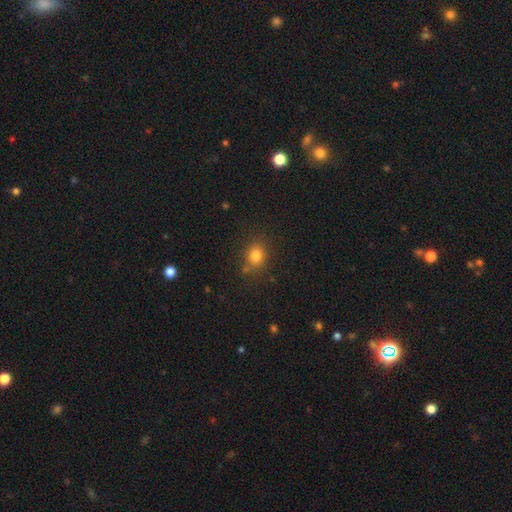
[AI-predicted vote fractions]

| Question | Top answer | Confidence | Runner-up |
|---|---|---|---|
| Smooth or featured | smooth | 80% | star or artifact (14%) |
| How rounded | round | 67% | in between (32%) |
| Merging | none | 77% | minor disturbance (13%) |